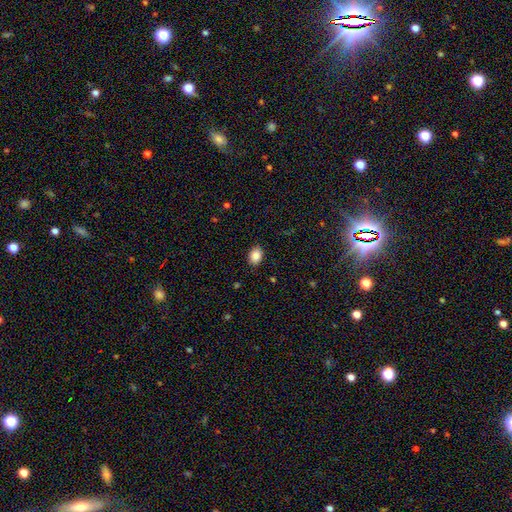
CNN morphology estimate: This appears to be a smooth galaxy with no disk features (87%) that is in between round and cigar-shaped (72%). Merging: none (88%).